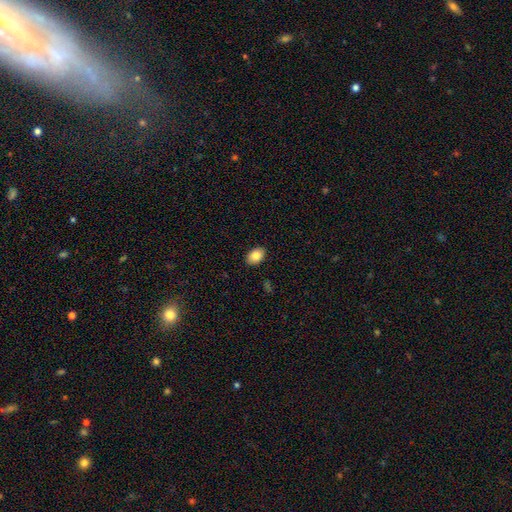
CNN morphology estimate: smooth_or_featured: smooth (p=0.85) [alt: featured or disk p=0.08]
how_rounded: in between (p=0.86) [alt: round p=0.12]
merging: none (p=0.90) [alt: minor disturbance p=0.08]